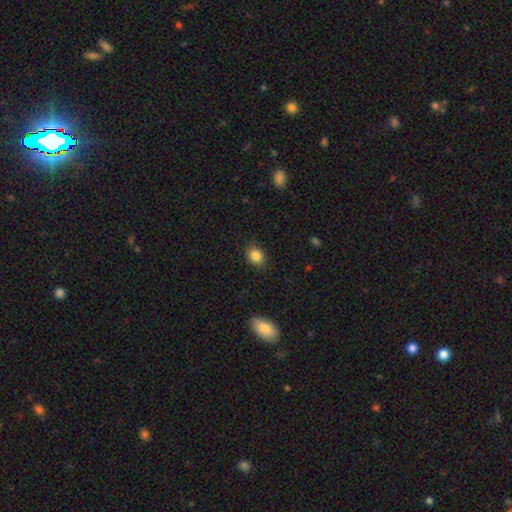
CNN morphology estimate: smooth 85%, star or artifact 10%, featured or disk 5%. Down the decision tree: how rounded — in between (50%); merging — none (85%).